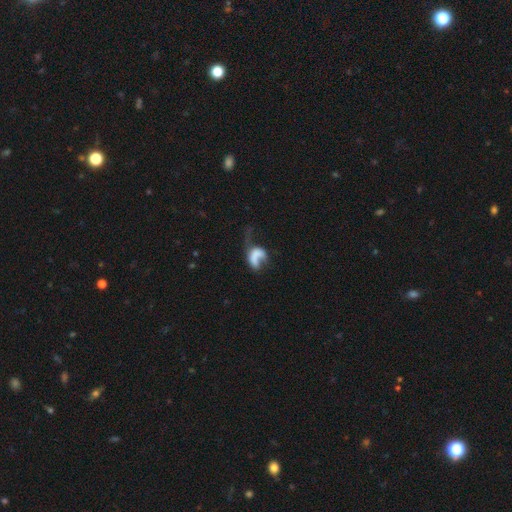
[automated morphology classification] The model was most divided on "smooth or featured": featured or disk: 45%, smooth: 44%, star or artifact: 11%. More confident: merging — major disturbance (51%).